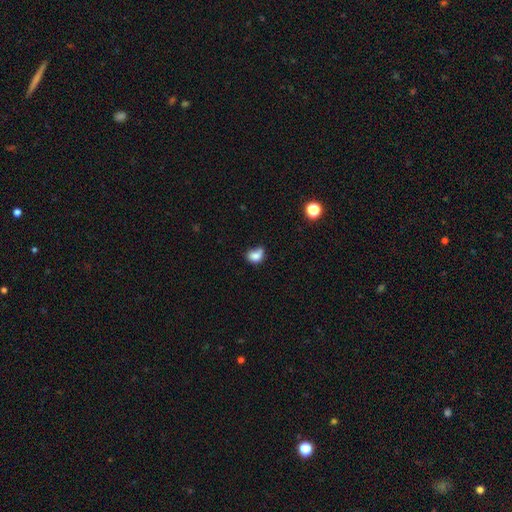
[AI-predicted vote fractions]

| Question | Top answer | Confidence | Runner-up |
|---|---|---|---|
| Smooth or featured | smooth | 79% | star or artifact (11%) |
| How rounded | in between | 59% | round (40%) |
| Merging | none | 35% | minor disturbance (29%) |